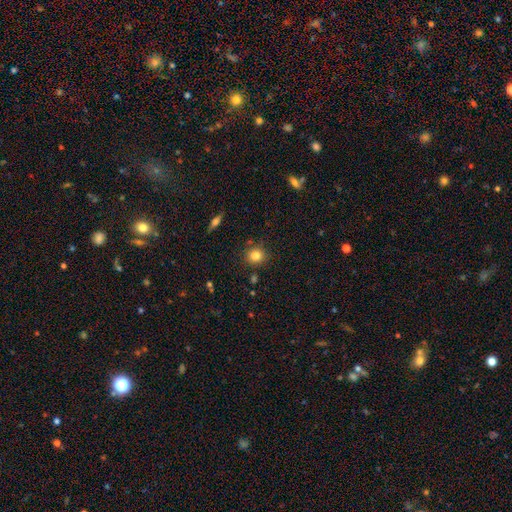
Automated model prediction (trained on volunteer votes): This is clearly a smooth galaxy (82%). How rounded: clearly round (83%). Merging: clearly none (84%).